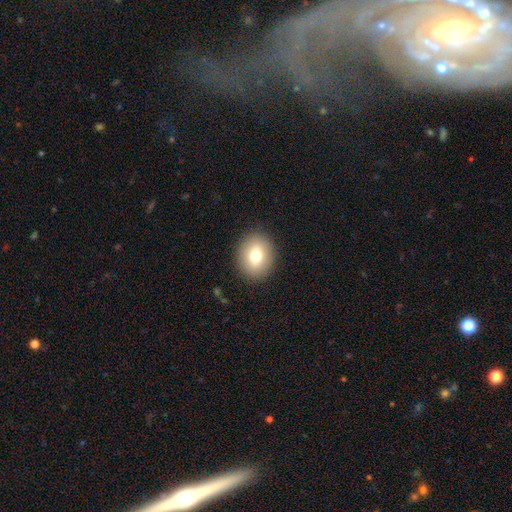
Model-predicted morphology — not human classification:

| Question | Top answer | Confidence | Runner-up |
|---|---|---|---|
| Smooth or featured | smooth | 75% | featured or disk (15%) |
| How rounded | round | 60% | in between (39%) |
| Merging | none | 90% | minor disturbance (7%) |